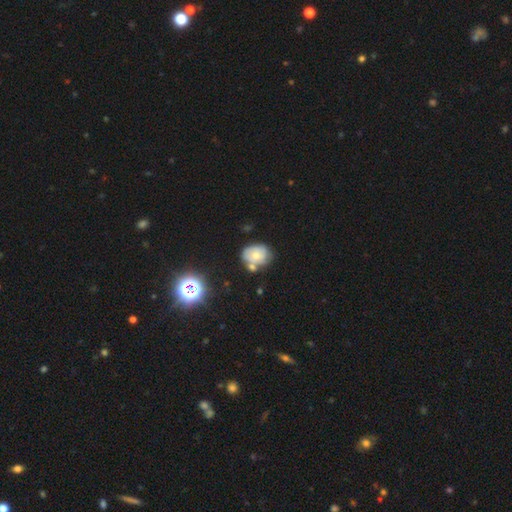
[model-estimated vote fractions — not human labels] smooth 56%, featured or disk 33%, star or artifact 12%. Down the decision tree: how rounded — in between (50%); merging — none (51%).